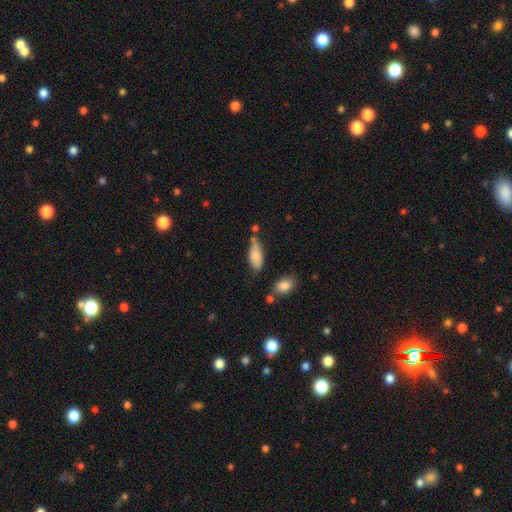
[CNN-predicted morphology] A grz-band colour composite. It shows a smooth galaxy with no disk features (79%) that is in between round and cigar-shaped (81%). Merging: none (51%).